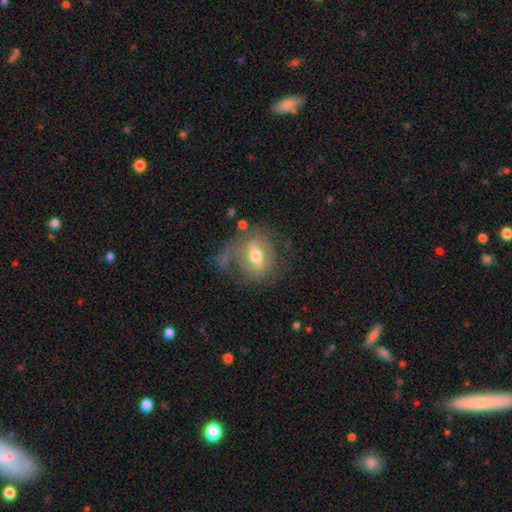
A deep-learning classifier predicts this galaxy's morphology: The model was most divided on "spiral arms": yes: 52%, no: 48%. Remaining: edge-on disk — no (92%); bulge size — moderate (72%); smooth or featured — featured or disk (55%); bar — weak (45%); merging — none (44%).